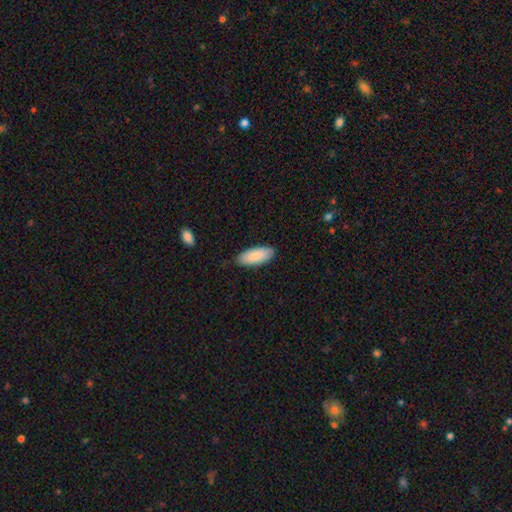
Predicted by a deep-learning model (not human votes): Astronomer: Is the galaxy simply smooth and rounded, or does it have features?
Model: smooth — 87%.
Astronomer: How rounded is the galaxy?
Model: in between — 80%.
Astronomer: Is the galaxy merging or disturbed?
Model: none — 84%.